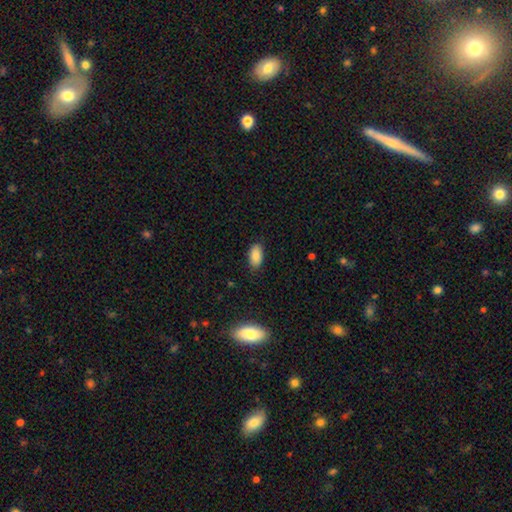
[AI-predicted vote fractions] This is clearly a smooth galaxy (85%). How rounded: clearly in between (94%). Merging: clearly none (85%).